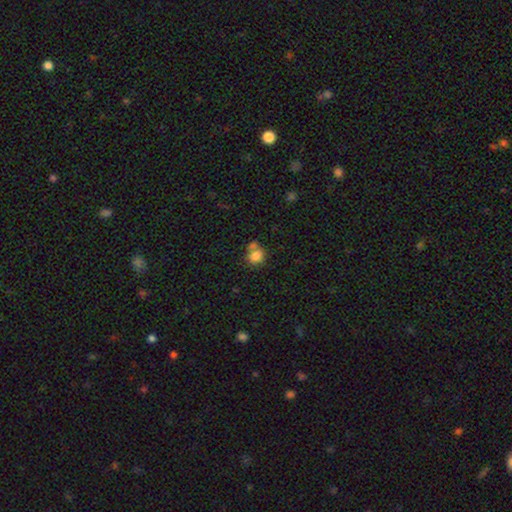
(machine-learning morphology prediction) smooth 82%, star or artifact 11%, featured or disk 7%. Down the decision tree: how rounded — round (77%); merging — none (53%).